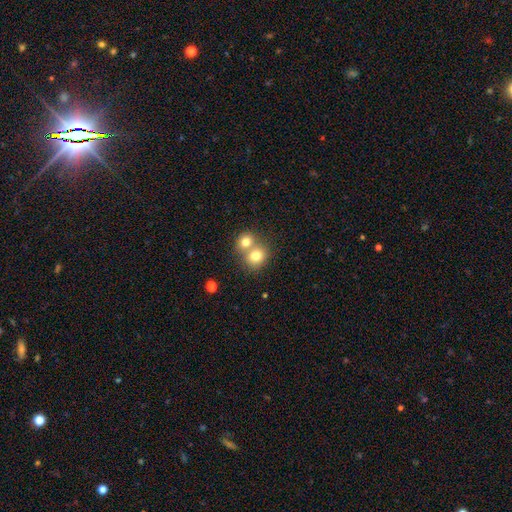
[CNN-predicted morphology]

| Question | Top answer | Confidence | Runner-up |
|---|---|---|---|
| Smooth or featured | smooth | 77% | featured or disk (12%) |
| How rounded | round | 76% | in between (23%) |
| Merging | merger | 57% | none (36%) |